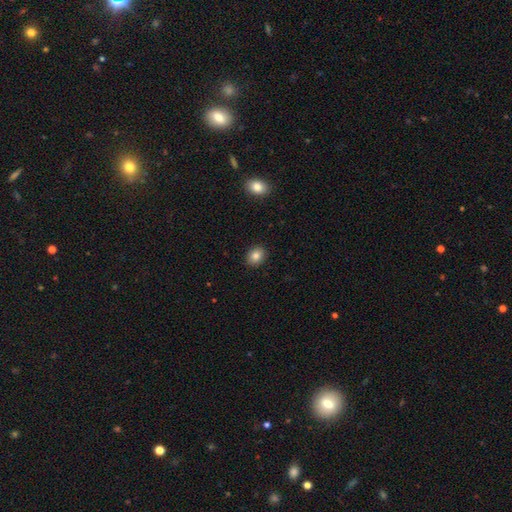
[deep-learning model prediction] Smooth or featured: smooth — 84% (star or artifact — 9%)
How rounded: round — 54% (in between — 45%)
Merging: none — 90% (minor disturbance — 7%)